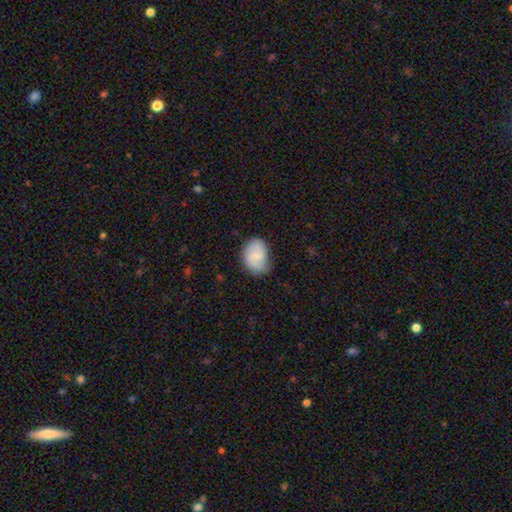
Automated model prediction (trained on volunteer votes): smooth-or-featured: smooth: 58% | featured or disk: 35% | star or artifact: 7%
  how-rounded: in between: 64% | round: 35% | cigar-shaped: 1%
  merging: none: 66% | minor disturbance: 26% | major disturbance: 7% | merger: 1%